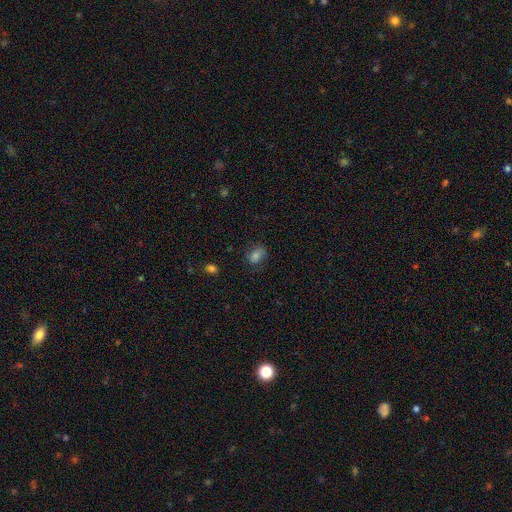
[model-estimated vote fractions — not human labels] Smooth or featured? smooth (74%)
How rounded? in between (74%)
Merging? none (70%)